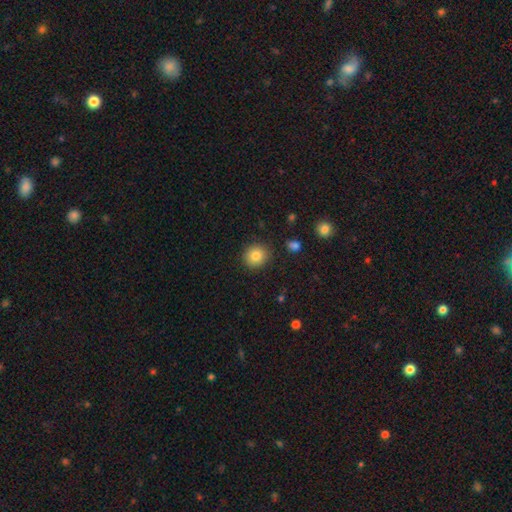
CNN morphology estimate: type=smooth (83%); roundness=round (87%); merging=none (89%).